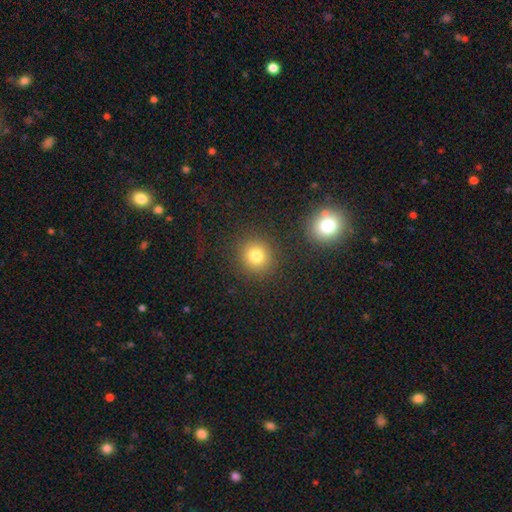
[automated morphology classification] smooth 77%, star or artifact 15%, featured or disk 8%. Down the decision tree: how rounded — round (88%); merging — none (87%).